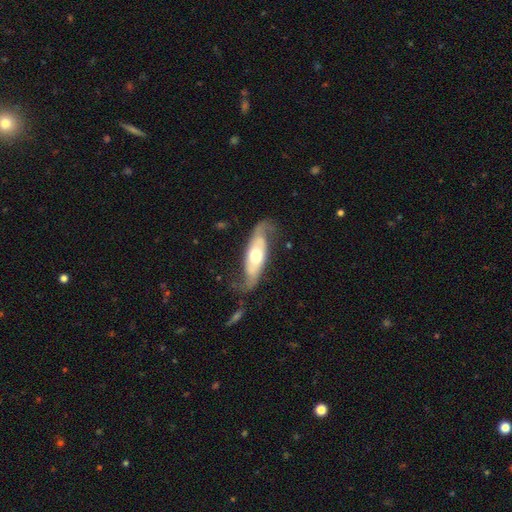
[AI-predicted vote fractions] Smooth or featured: featured or disk — 75% (smooth — 21%)
Edge-on disk: no — 83% (yes — 17%)
Bar: no — 65% (weak — 23%)
Spiral arms: yes — 87% (no — 13%)
Spiral winding: loose — 59% (medium — 29%)
Spiral arm count: 2 — 85% (can't tell — 7%)
Bulge size: moderate — 63% (large — 23%)
Merging: none — 57% (minor disturbance — 24%)